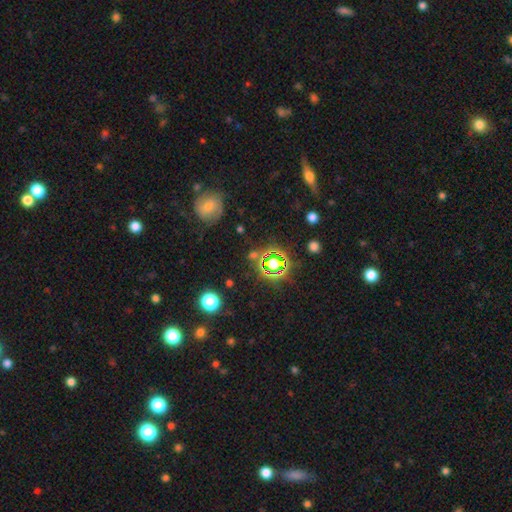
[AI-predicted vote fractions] Overall: star or artifact (63%).